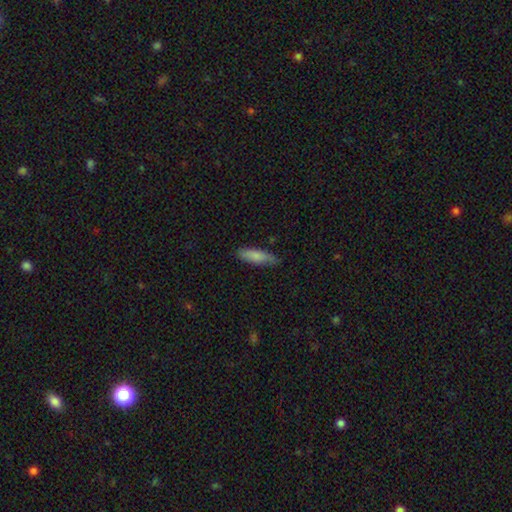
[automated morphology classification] The model was most divided on "how rounded": cigar-shaped: 58%, in between: 41%, round: 2%. More confident: smooth or featured — smooth (81%); merging — none (78%).